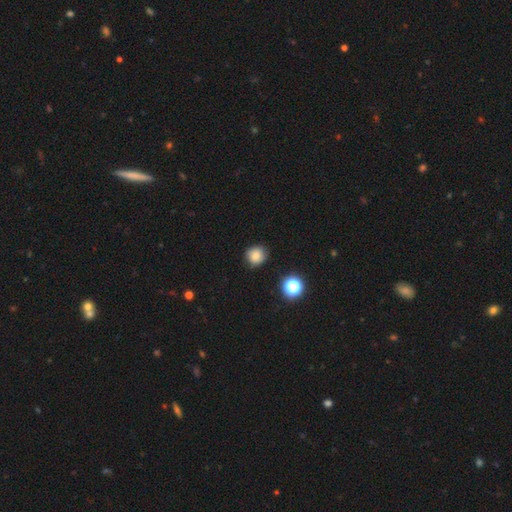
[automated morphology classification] A smooth galaxy with no disk features (79%) that is round (88%).

Vote fractions:
- Smooth or featured? smooth: 79% / star or artifact: 13% / featured or disk: 8%
- How rounded? round: 88% / in between: 11% / cigar-shaped: 1%
- Merging? none: 82% / minor disturbance: 13% / major disturbance: 3% / merger: 2%